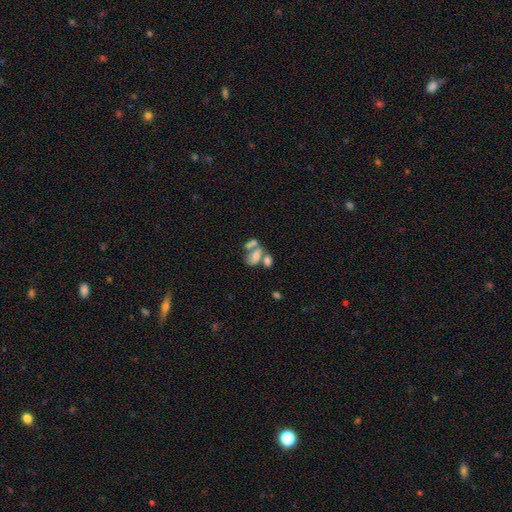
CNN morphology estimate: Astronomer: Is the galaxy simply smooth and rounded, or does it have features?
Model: smooth — 56% (runner-up: featured or disk, 32%).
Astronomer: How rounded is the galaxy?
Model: in between — 84%.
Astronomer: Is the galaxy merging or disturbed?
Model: merger — 56%.